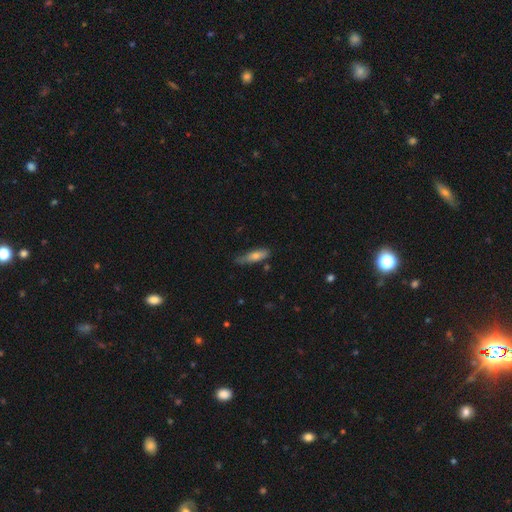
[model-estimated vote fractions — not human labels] A smooth galaxy with no disk features (65%) that is cigar-shaped (64%).

Vote fractions:
- Smooth or featured? smooth: 65% / featured or disk: 28% / star or artifact: 7%
- How rounded? cigar-shaped: 64% / in between: 34% / round: 2%
- Merging? none: 62% / minor disturbance: 29% / major disturbance: 6% / merger: 3%